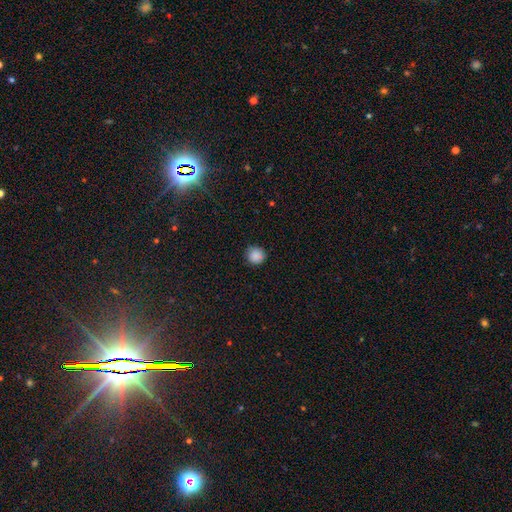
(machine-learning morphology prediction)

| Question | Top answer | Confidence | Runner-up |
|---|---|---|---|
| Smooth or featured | smooth | 86% | star or artifact (10%) |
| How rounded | round | 92% | in between (7%) |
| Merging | none | 86% | minor disturbance (11%) |